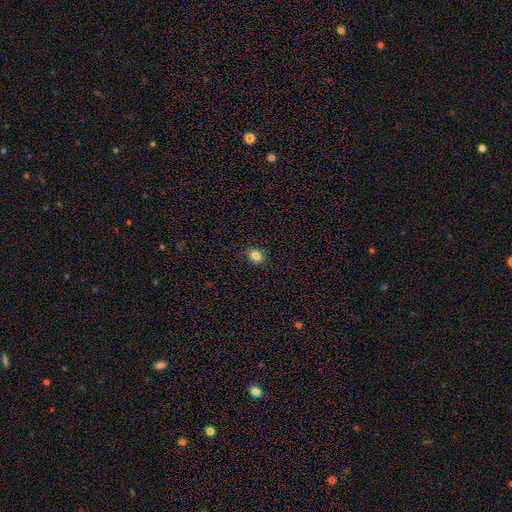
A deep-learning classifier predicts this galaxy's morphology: A smooth galaxy with no disk features (84%) that is round (58%).

Vote fractions:
- Smooth or featured? smooth: 84% / star or artifact: 11% / featured or disk: 5%
- How rounded? round: 58% / in between: 41% / cigar-shaped: 1%
- Merging? none: 88% / minor disturbance: 9% / major disturbance: 2% / merger: 1%